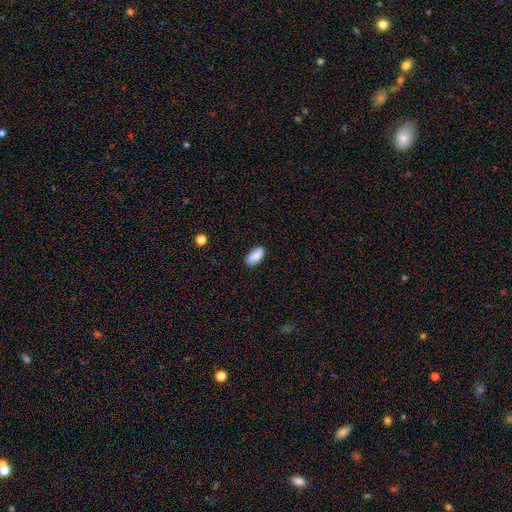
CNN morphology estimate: type=smooth (88%); roundness=in between (93%); merging=none (85%).